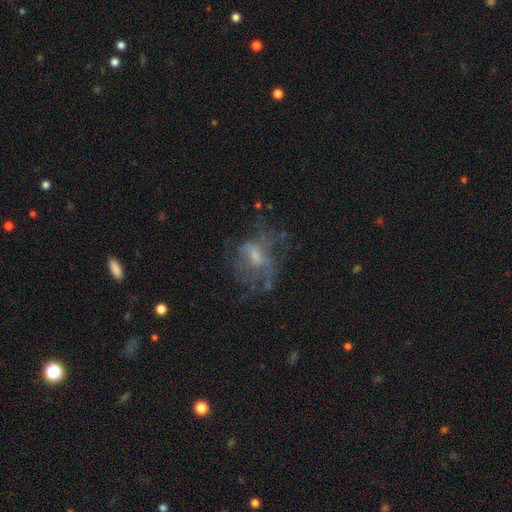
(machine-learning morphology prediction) A featured or disk galaxy (62%) with no bar (60%), no spiral arms (63%) and a small central bulge (42%). Merging: none (42%).